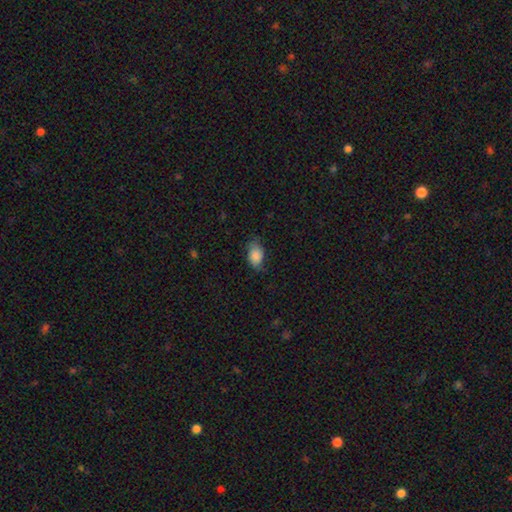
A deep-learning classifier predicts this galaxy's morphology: Smooth or featured? Predicted: smooth (p=0.81). How rounded? Predicted: in between (p=0.83). Merging? Predicted: none (p=0.57).